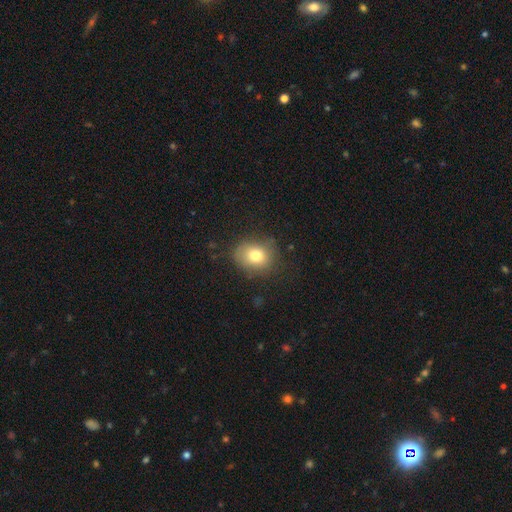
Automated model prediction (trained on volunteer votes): smooth 77%, featured or disk 12%, star or artifact 11%. Down the decision tree: how rounded — round (61%); merging — none (74%).